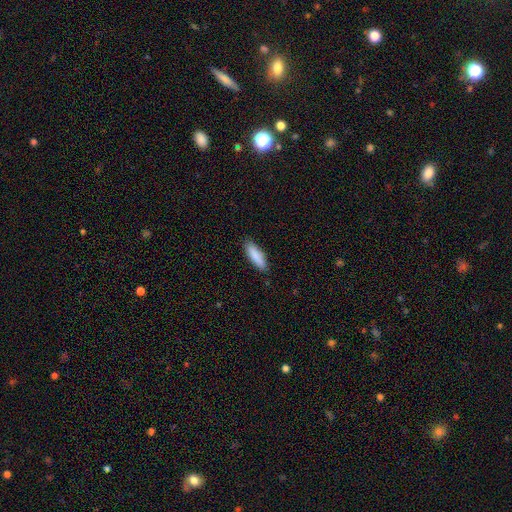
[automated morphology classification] smooth 88%, featured or disk 6%, star or artifact 6%. Down the decision tree: how rounded — cigar-shaped (54%); merging — none (86%).